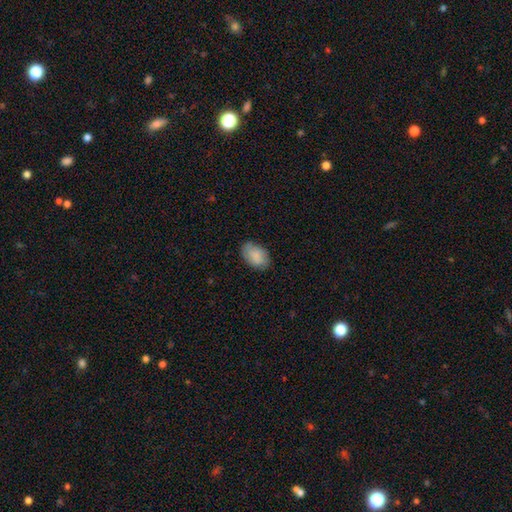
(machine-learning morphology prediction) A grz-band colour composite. It shows a smooth galaxy with no disk features (82%) that is in between round and cigar-shaped (89%). Merging: none (79%).